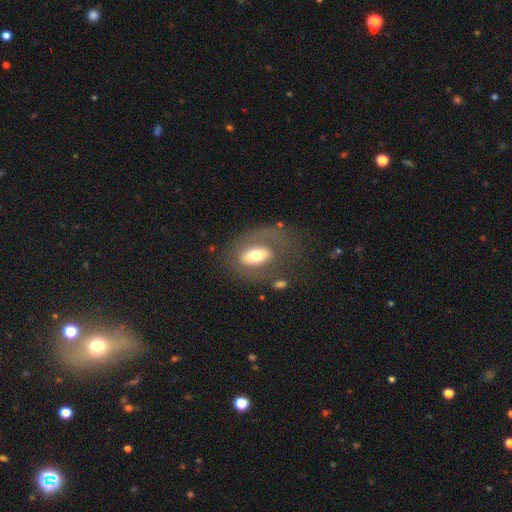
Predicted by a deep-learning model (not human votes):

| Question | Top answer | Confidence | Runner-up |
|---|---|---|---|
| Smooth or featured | featured or disk | 47% | smooth (45%) |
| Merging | none | 49% | major disturbance (26%) |